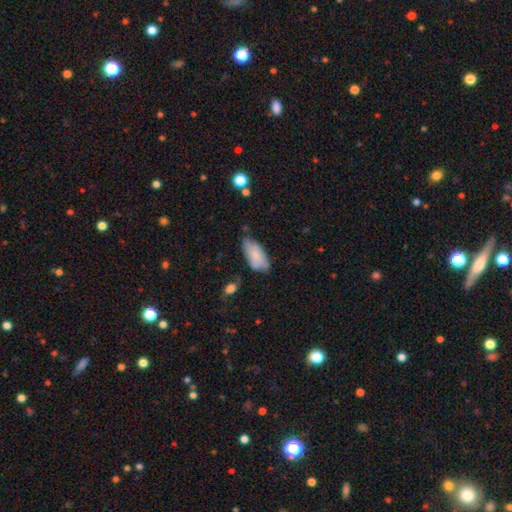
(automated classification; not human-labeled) This appears to be a smooth galaxy with no disk features (77%) that is in between round and cigar-shaped (92%). Merging: none (57%).